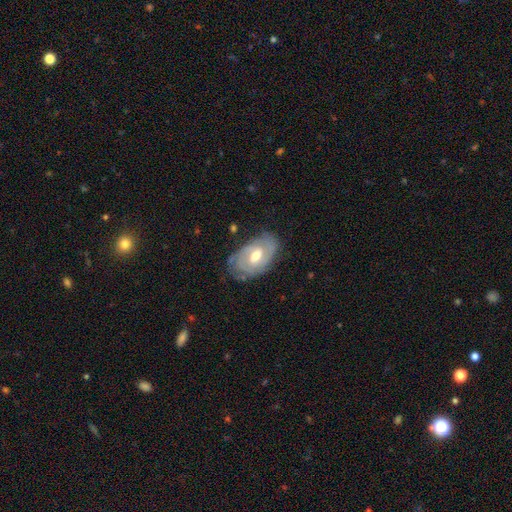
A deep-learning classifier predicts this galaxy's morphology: Smooth or featured: featured or disk — 74% (smooth — 20%)
Edge-on disk: no — 95% (yes — 5%)
Bar: weak — 49% (no — 38%)
Spiral arms: yes — 82% (no — 18%)
Spiral winding: tight — 58% (medium — 31%)
Spiral arm count: 2 — 46% (can't tell — 35%)
Bulge size: moderate — 75% (small — 14%)
Merging: none — 69% (minor disturbance — 24%)